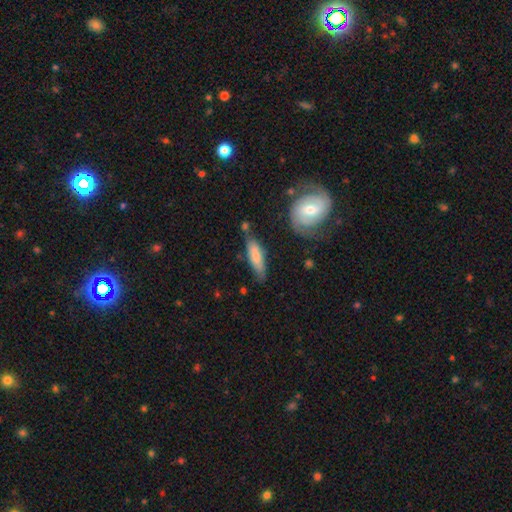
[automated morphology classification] smooth-or-featured: smooth: 71% | featured or disk: 23% | star or artifact: 6%
  how-rounded: cigar-shaped: 56% | in between: 42% | round: 2%
  merging: none: 63% | minor disturbance: 24% | merger: 7% | major disturbance: 6%